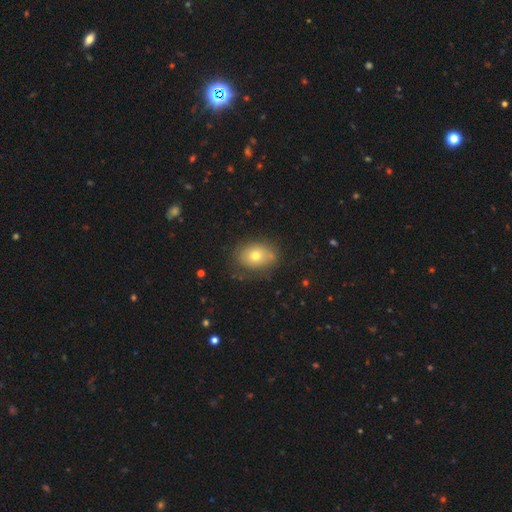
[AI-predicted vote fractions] A smooth galaxy with no disk features (68%) that is in between round and cigar-shaped (61%).

Vote fractions:
- Smooth or featured? smooth: 68% / featured or disk: 21% / star or artifact: 11%
- How rounded? in between: 61% / round: 38% / cigar-shaped: 1%
- Merging? none: 76% / minor disturbance: 16% / major disturbance: 5% / merger: 3%